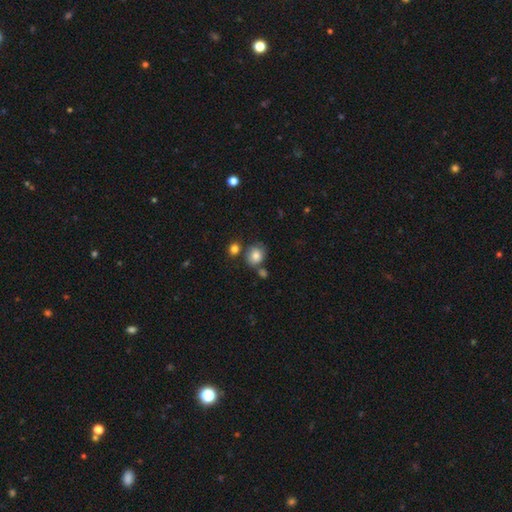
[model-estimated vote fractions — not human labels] Morphology: type=smooth (79%); roundness=round (73%); merging=none (63%).